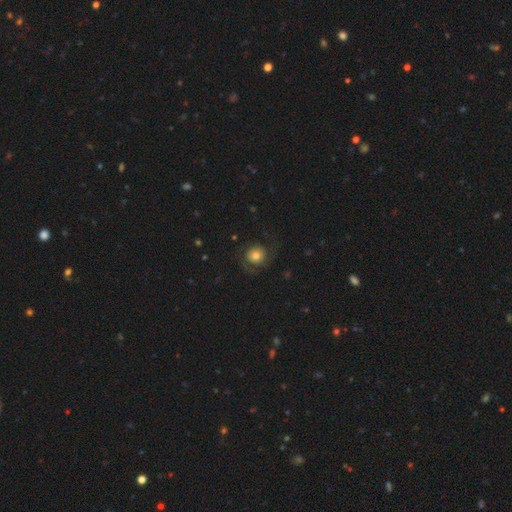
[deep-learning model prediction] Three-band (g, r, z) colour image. It shows a smooth galaxy with no disk features (55%) that is round (86%). Merging: none (67%).